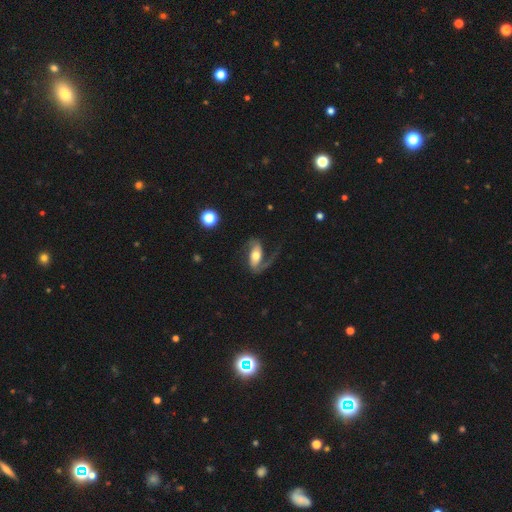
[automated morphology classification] Smooth or featured? Predicted: featured or disk (p=0.75). Edge-on disk? Predicted: no (p=0.93). Bar? Predicted: strong (p=0.35). Spiral arms? Predicted: yes (p=0.93). Spiral winding? Predicted: loose (p=0.50). Spiral arm count? Predicted: 2 (p=0.73). Bulge size? Predicted: moderate (p=0.61). Merging? Predicted: none (p=0.53).